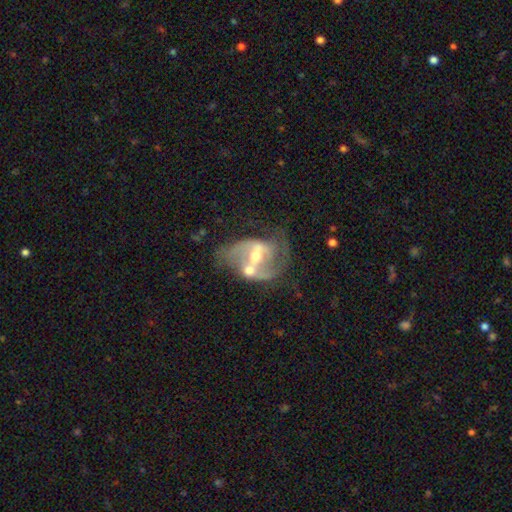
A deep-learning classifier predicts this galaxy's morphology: Smooth or featured? featured or disk (83%)
Edge-on disk? no (96%)
Bar? weak (41%)
Spiral arms? yes (86%)
Spiral winding? medium (49%)
Spiral arm count? 2 (79%)
Bulge size? moderate (60%)
Merging? none (38%)